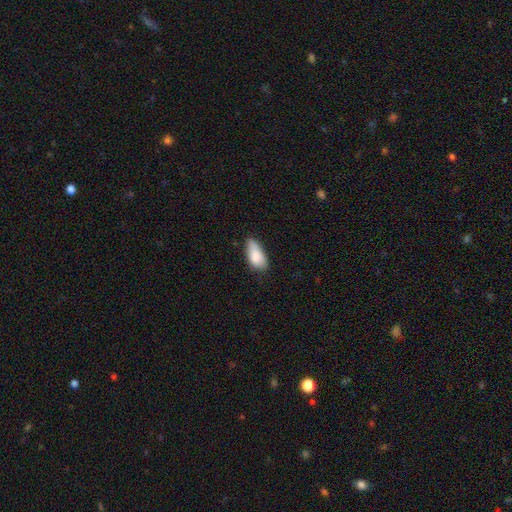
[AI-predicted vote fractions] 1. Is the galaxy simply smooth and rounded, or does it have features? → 84% smooth, 9% featured or disk, 7% star or artifact.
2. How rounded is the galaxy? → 89% in between, 9% cigar-shaped, 3% round.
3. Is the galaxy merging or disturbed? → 55% none, 35% minor disturbance, 7% major disturbance, 3% merger.